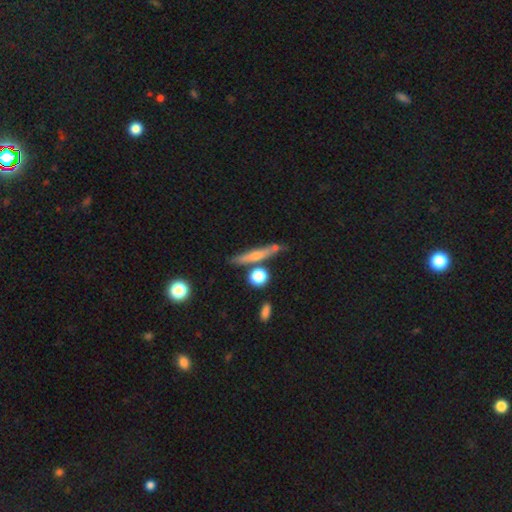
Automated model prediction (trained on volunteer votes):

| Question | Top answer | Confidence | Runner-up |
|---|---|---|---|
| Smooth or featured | featured or disk | 51% | smooth (40%) |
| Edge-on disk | yes | 92% | no (8%) |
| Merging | none | 76% | minor disturbance (12%) |